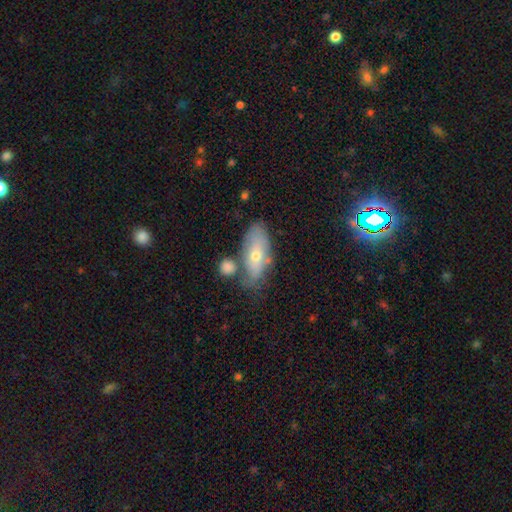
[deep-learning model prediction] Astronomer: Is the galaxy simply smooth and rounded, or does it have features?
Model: smooth — 54% (runner-up: featured or disk, 38%).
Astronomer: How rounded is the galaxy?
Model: in between — 84%.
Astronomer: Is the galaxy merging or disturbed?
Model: none — 57%.